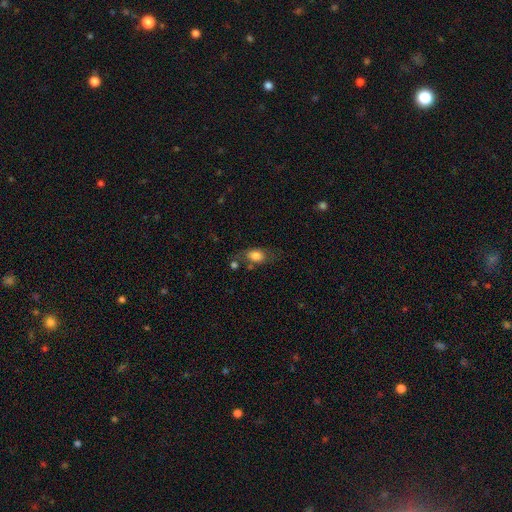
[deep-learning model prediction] Smooth or featured: smooth — 76% (featured or disk — 15%)
How rounded: in between — 78% (round — 20%)
Merging: none — 52% (minor disturbance — 23%)